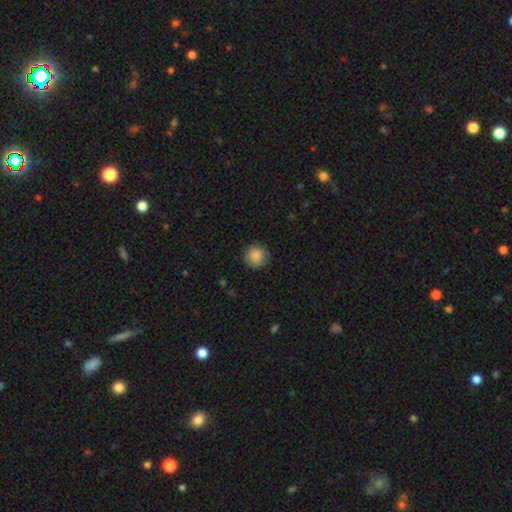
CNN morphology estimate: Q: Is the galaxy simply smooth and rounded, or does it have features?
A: smooth — 88%.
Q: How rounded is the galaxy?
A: round — 94%.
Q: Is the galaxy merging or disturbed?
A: none — 89%.